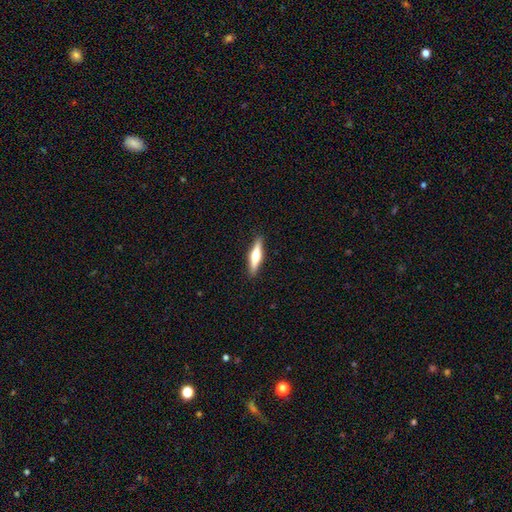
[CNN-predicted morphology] Overall: featured or disk (53%; smooth 41%). Edge-on disk: yes (96%). Edge-on bulge: rounded (91%). Merging: none (91%).